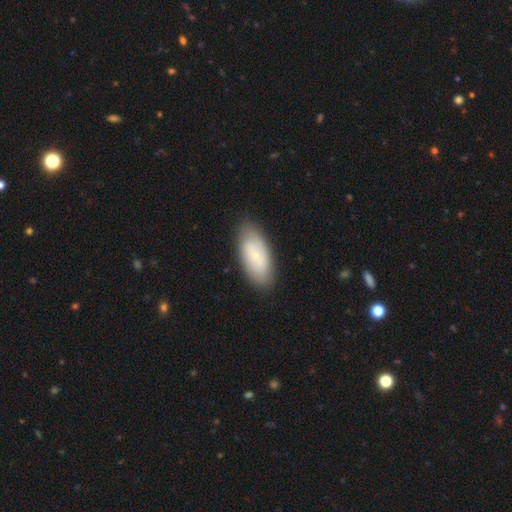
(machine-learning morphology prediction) A smooth galaxy with no disk features (58%) that is in between round and cigar-shaped (89%). Merging: none (83%).